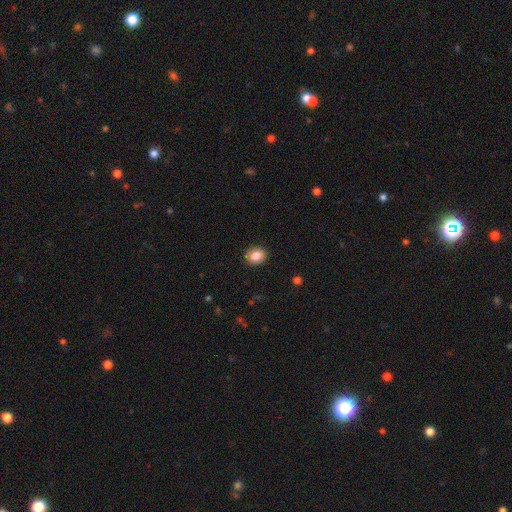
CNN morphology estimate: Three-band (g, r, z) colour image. It shows a smooth galaxy with no disk features (85%) that is round (59%). Merging: none (90%).